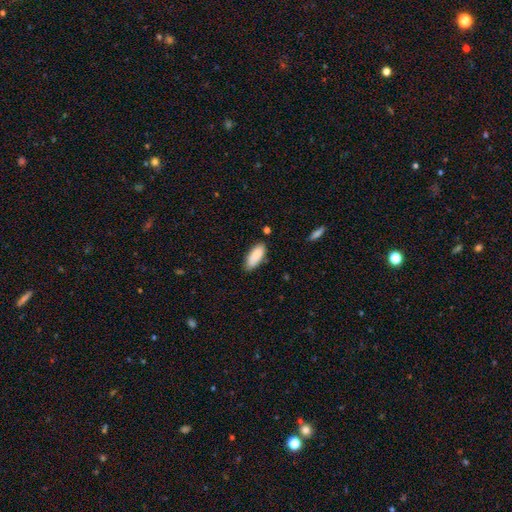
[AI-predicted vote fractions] Overall: smooth (89%). How rounded: in between (83%). Merging: none (80%).